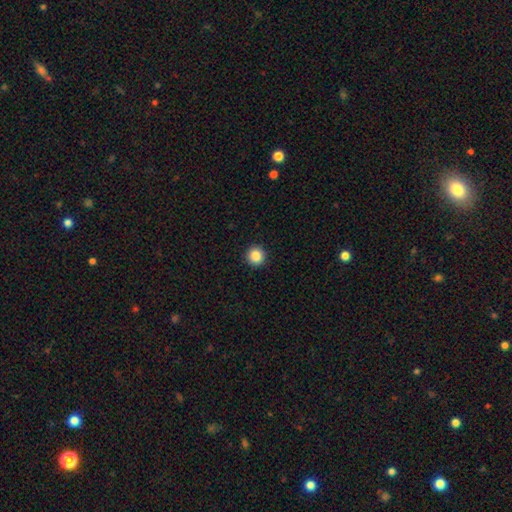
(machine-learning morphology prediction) smooth 86%, star or artifact 10%, featured or disk 4%. Down the decision tree: how rounded — round (95%); merging — none (93%).